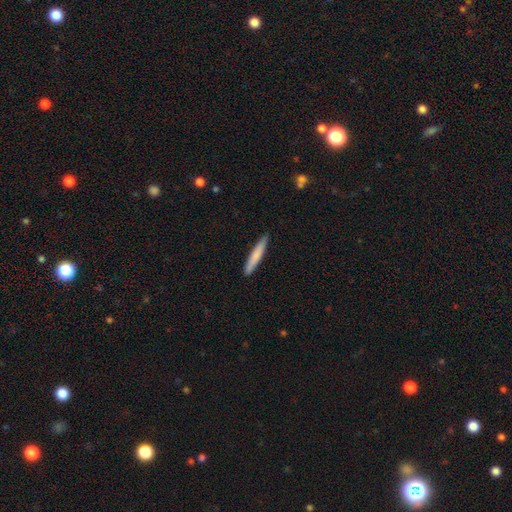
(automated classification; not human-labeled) Smooth or featured? smooth (75%)
How rounded? cigar-shaped (94%)
Merging? none (89%)